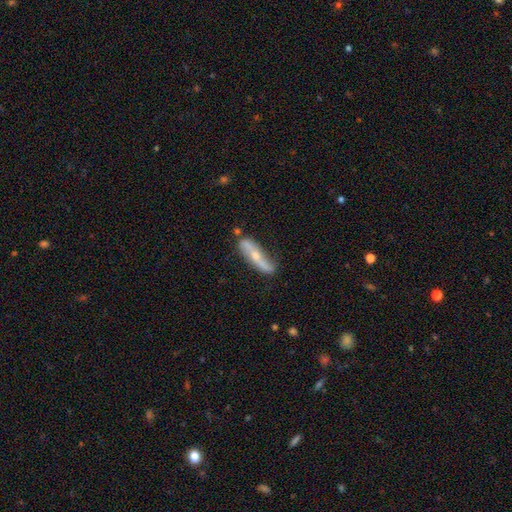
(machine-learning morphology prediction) This appears to be a featured or disk galaxy (65%). Merging: none (68%).